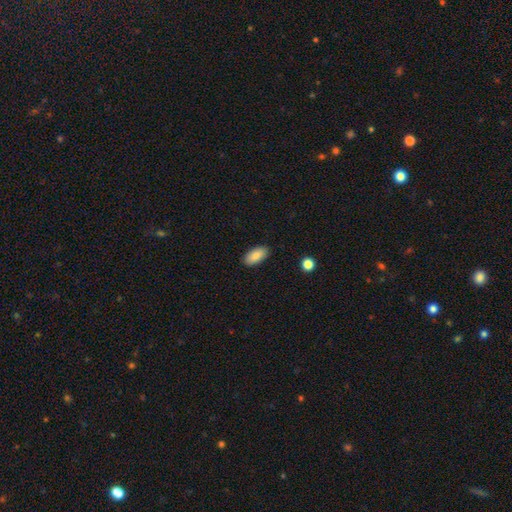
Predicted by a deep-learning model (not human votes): Smooth or featured: smooth — 87% (star or artifact — 7%)
How rounded: in between — 92% (cigar-shaped — 6%)
Merging: none — 89% (minor disturbance — 8%)